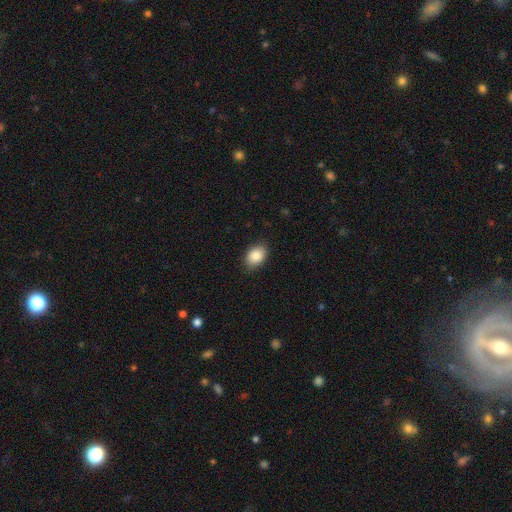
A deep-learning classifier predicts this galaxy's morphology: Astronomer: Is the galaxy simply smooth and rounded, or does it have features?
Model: smooth — 87%.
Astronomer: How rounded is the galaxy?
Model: in between — 81%.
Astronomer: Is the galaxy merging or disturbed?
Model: none — 86%.